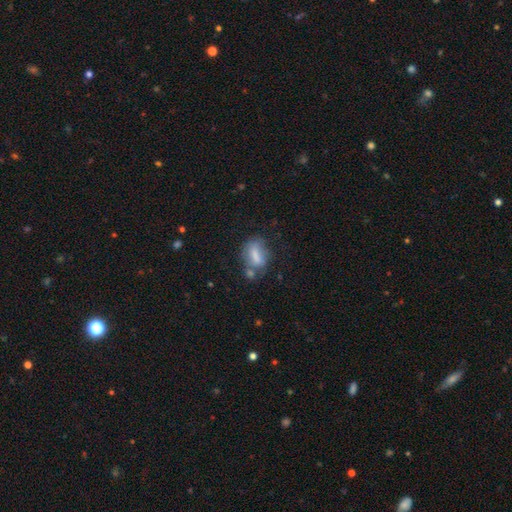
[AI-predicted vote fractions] This appears to be a smooth galaxy with no disk features (66%) that is in between round and cigar-shaped (79%). Merging: none (39%).